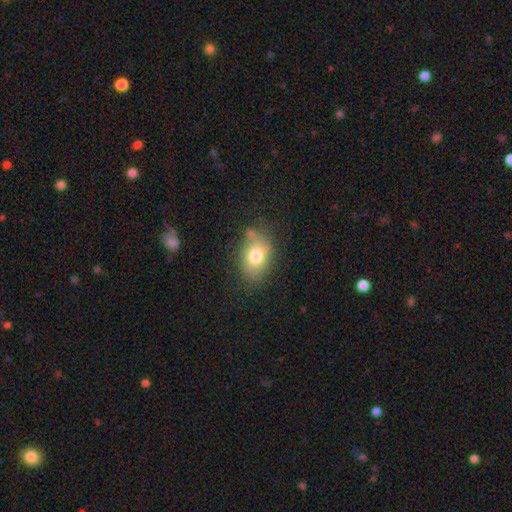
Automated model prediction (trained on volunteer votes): Smooth or featured: smooth — 76% (featured or disk — 14%)
How rounded: in between — 77% (round — 21%)
Merging: none — 67% (minor disturbance — 21%)